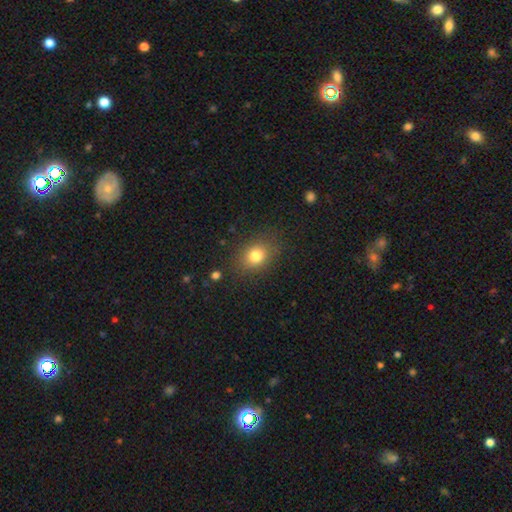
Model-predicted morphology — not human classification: The model was most divided on "how rounded": in between: 52%, round: 47%, cigar-shaped: 1%. More confident: merging — none (82%); smooth or featured — smooth (79%).